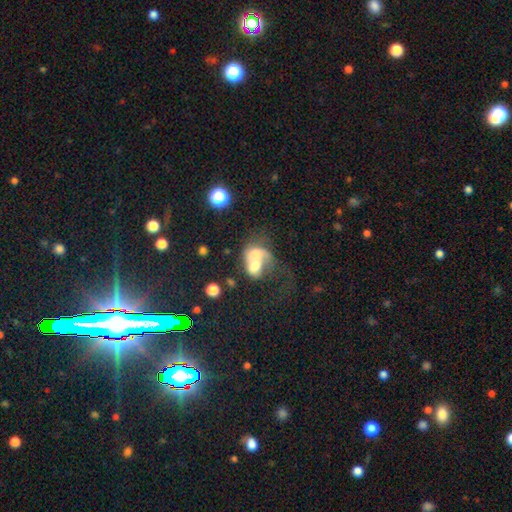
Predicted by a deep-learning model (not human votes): smooth 49%, featured or disk 40%, star or artifact 11%. Down the decision tree: merging — merger (72%).